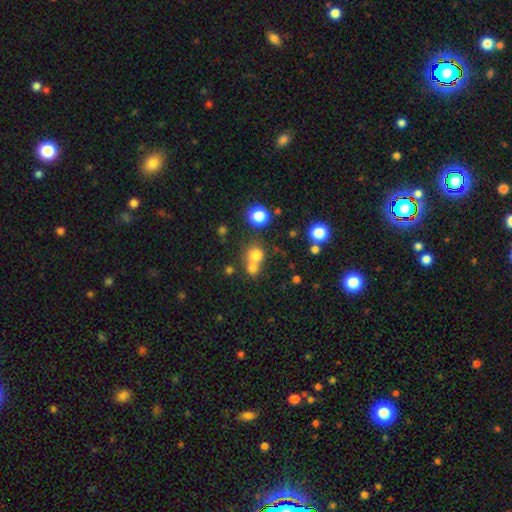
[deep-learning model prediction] Smooth or featured? Predicted: smooth (p=0.73). How rounded? Predicted: round (p=0.80). Merging? Predicted: merger (p=0.48).